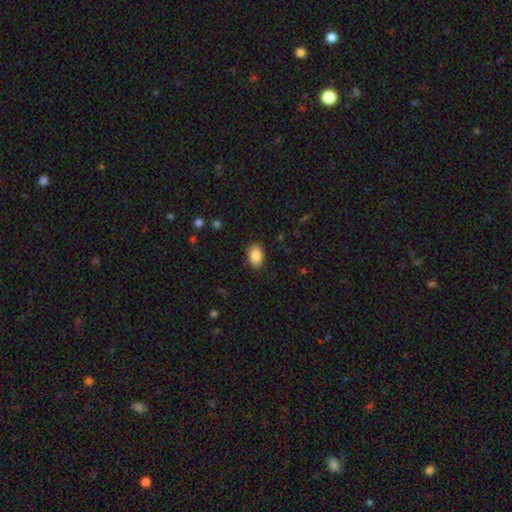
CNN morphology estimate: Q: Smooth or featured?
A: smooth (86%); runner-up: star or artifact (7%)
Q: How rounded?
A: in between (90%); runner-up: round (8%)
Q: Merging?
A: none (87%); runner-up: minor disturbance (10%)